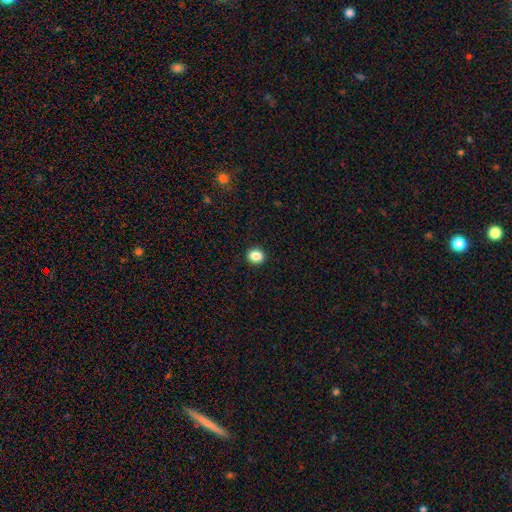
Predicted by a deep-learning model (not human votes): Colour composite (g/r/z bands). It shows a smooth galaxy with no disk features (86%) that is round (74%). Merging: none (92%).